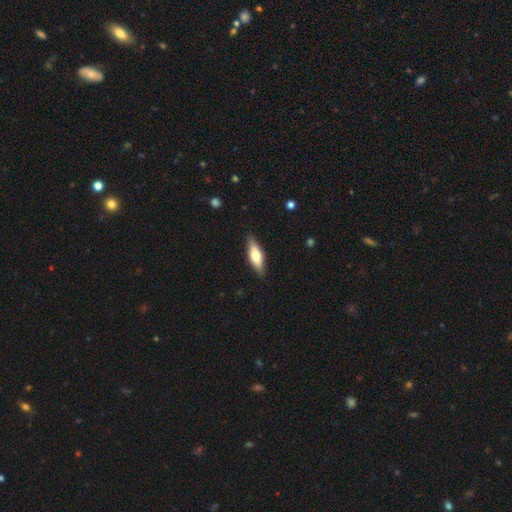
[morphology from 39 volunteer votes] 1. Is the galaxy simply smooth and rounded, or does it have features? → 46% smooth (tied), 46% featured or disk (tied), 8% star or artifact.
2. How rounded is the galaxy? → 83% cigar-shaped, 17% in between, 0% round.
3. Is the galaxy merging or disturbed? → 86% none, 14% minor disturbance, 0% major disturbance, 0% merger.